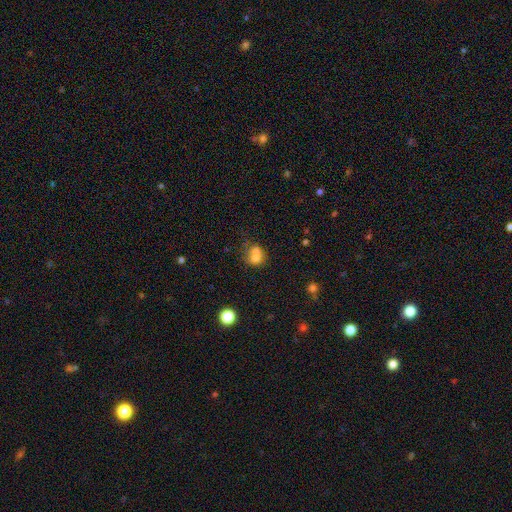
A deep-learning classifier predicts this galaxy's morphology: This is likely a smooth galaxy (70%). How rounded: possibly round (54%). Merging: marginally merger (38%).